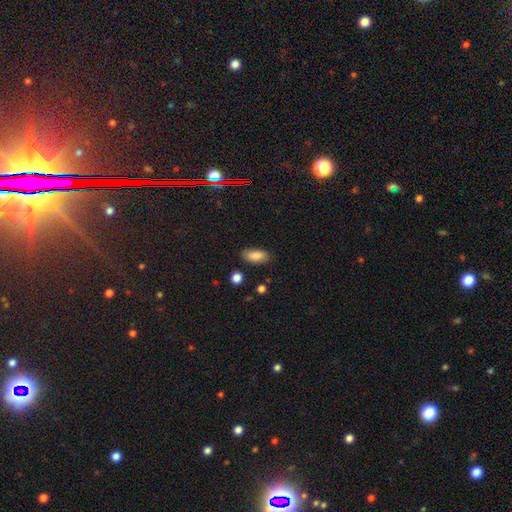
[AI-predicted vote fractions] smooth 86%, star or artifact 9%, featured or disk 5%. Down the decision tree: how rounded — in between (88%); merging — none (80%).